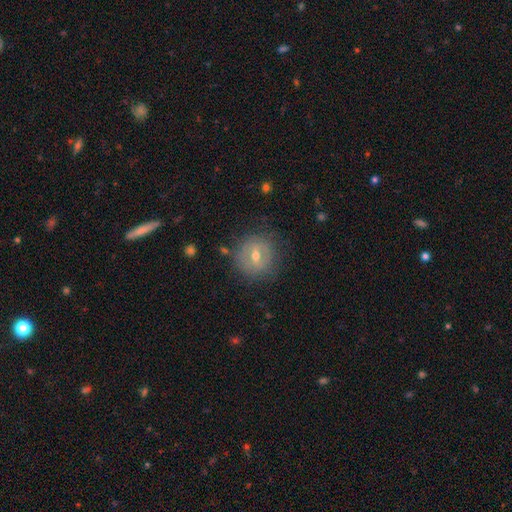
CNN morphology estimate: Q: Smooth or featured?
A: featured or disk (48%); runner-up: smooth (41%)
Q: Merging?
A: none (81%); runner-up: minor disturbance (13%)